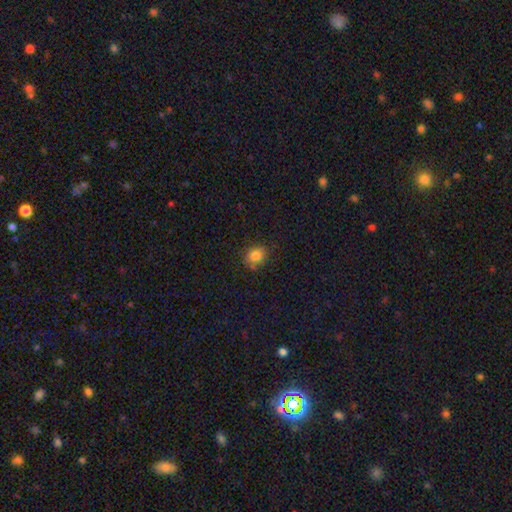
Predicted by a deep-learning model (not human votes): This appears to be a smooth galaxy with no disk features (82%) that is round (65%). Merging: none (74%).